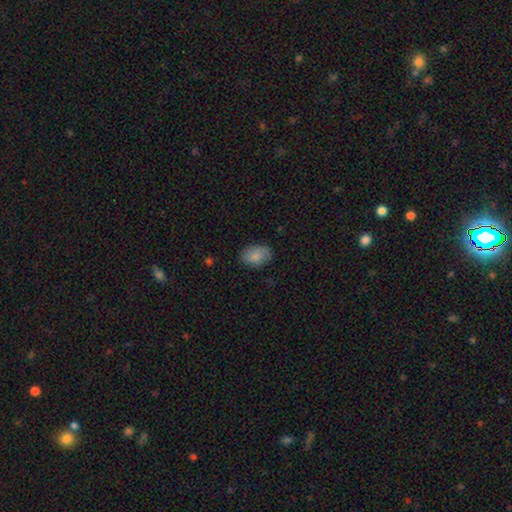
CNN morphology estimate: This is clearly a smooth galaxy (84%). How rounded: clearly in between (83%). Merging: clearly none (82%).